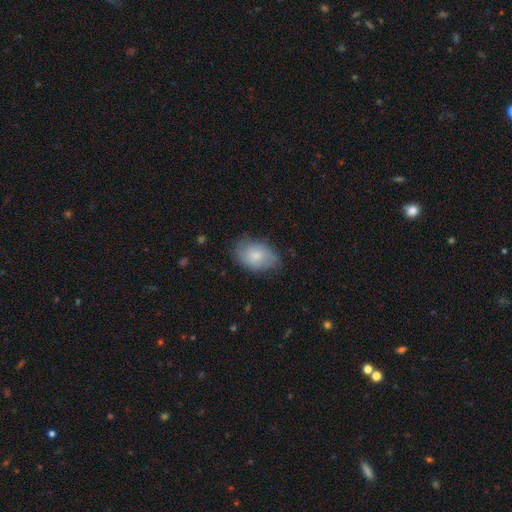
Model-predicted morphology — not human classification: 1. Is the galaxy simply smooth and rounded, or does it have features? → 68% smooth, 25% featured or disk, 7% star or artifact.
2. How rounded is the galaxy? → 85% in between, 14% round, 1% cigar-shaped.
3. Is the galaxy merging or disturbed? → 65% none, 27% minor disturbance, 7% major disturbance, 1% merger.